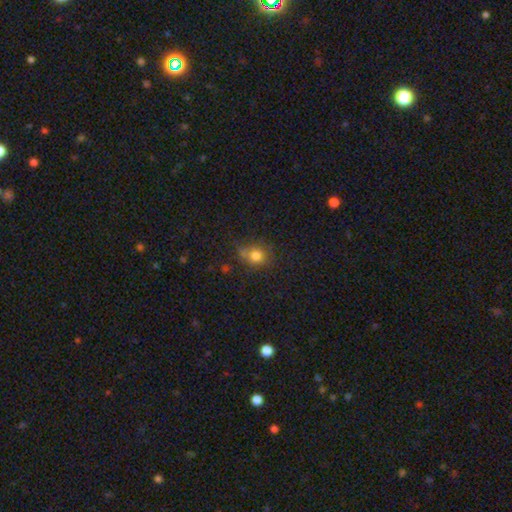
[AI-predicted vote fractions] smooth 78%, star or artifact 14%, featured or disk 8%. Down the decision tree: how rounded — round (79%); merging — none (67%).